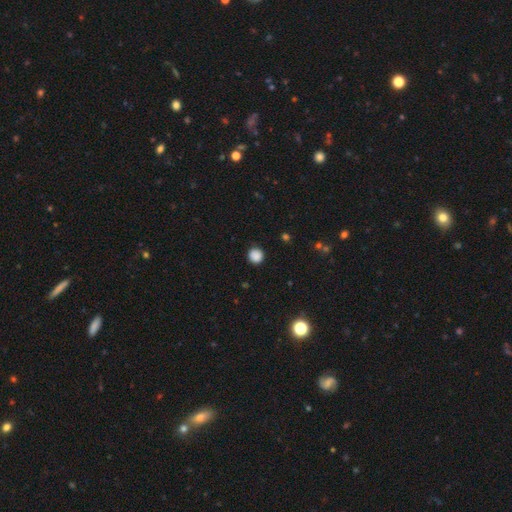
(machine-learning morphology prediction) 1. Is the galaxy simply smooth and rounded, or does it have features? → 87% smooth, 10% star or artifact, 3% featured or disk.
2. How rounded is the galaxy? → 94% round, 5% in between, 1% cigar-shaped.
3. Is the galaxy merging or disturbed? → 90% none, 7% minor disturbance, 2% major disturbance, 1% merger.